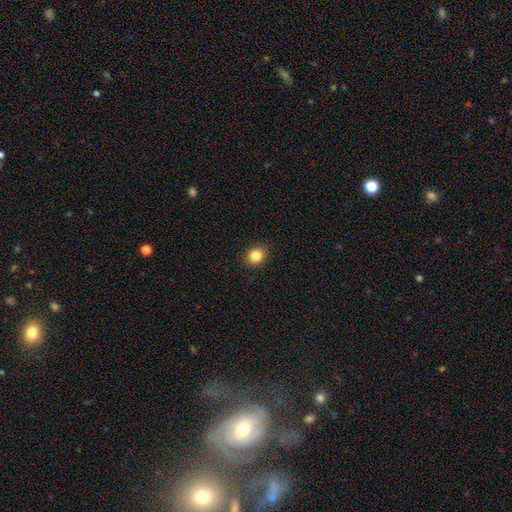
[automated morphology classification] smooth-or-featured: smooth: 84% | star or artifact: 10% | featured or disk: 5%
  how-rounded: round: 66% | in between: 33% | cigar-shaped: 1%
  merging: none: 90% | minor disturbance: 7% | major disturbance: 2% | merger: 1%